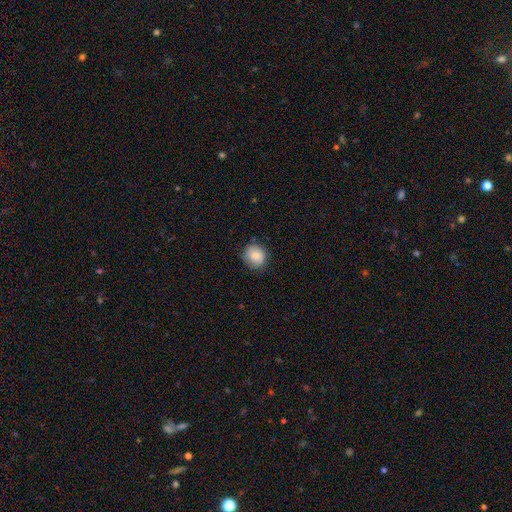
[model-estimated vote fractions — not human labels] smooth_or_featured: smooth (p=0.82) [alt: featured or disk p=0.11]
how_rounded: round (p=0.81) [alt: in between p=0.18]
merging: none (p=0.80) [alt: minor disturbance p=0.15]